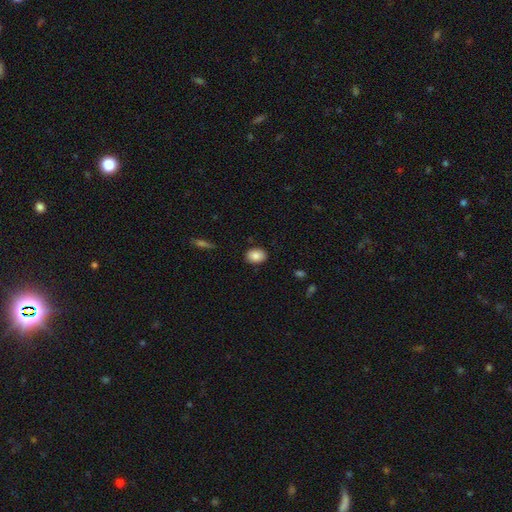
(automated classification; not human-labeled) Overall: smooth (87%). How rounded: in between (73%). Merging: none (87%).